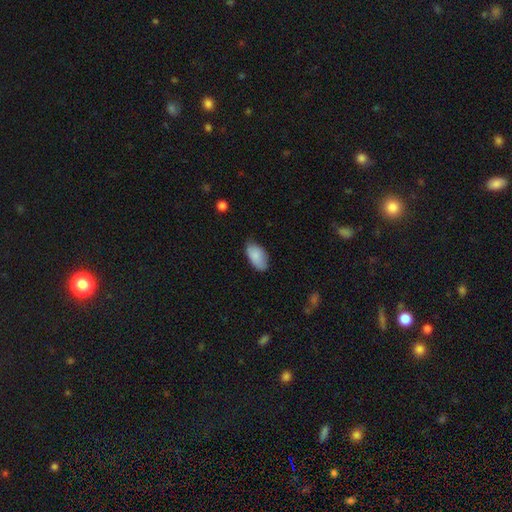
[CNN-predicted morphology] A smooth galaxy with no disk features (86%) that is in between round and cigar-shaped (94%). Merging: none (65%).